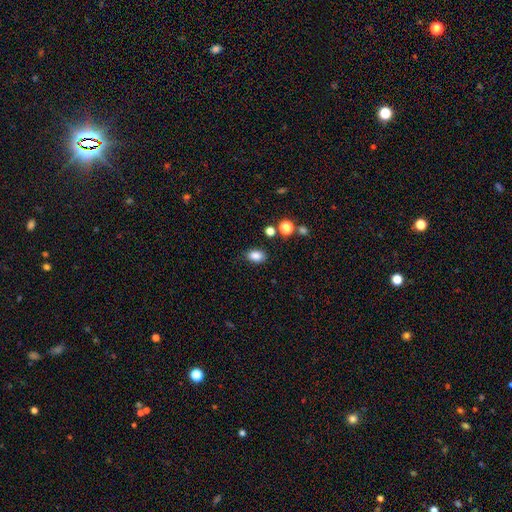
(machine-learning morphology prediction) smooth 85%, star or artifact 10%, featured or disk 5%. Down the decision tree: how rounded — in between (82%); merging — none (84%).